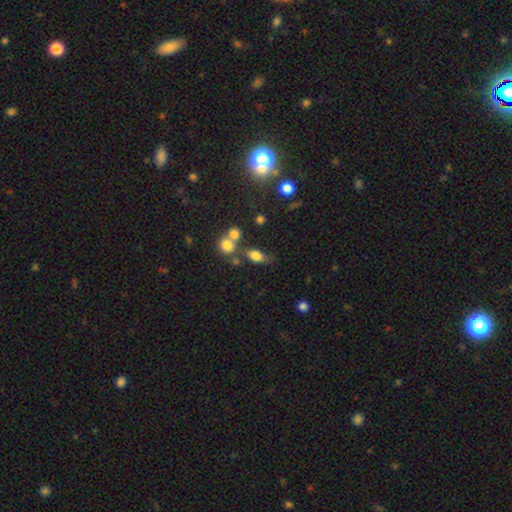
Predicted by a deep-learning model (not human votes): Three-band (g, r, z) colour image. It shows a smooth galaxy with no disk features (76%) that is in between round and cigar-shaped (79%). Merging: none (53%).